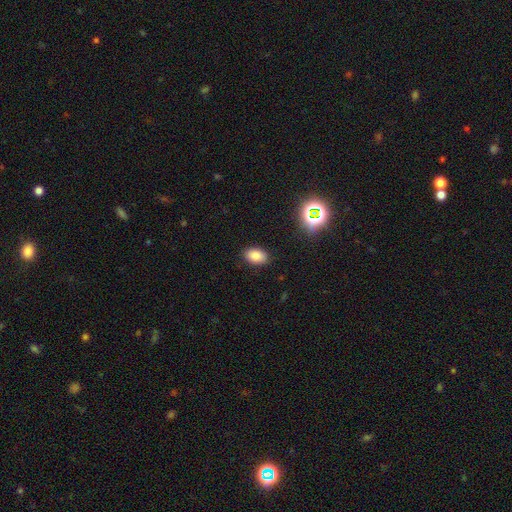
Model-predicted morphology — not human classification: Smooth or featured? Predicted: smooth (p=0.82). How rounded? Predicted: in between (p=0.87). Merging? Predicted: none (p=0.88).